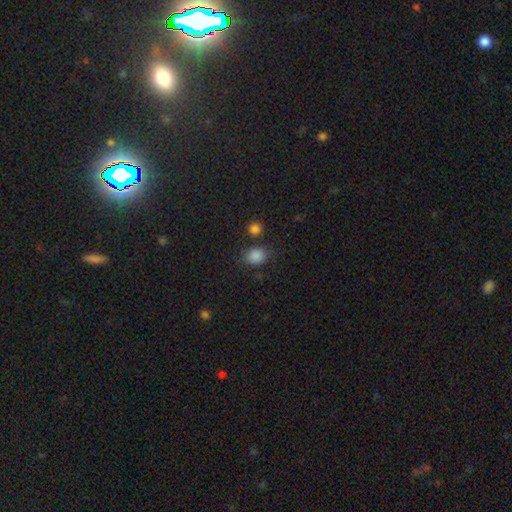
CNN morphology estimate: Smooth or featured? Predicted: smooth (p=0.85). How rounded? Predicted: in between (p=0.51). Merging? Predicted: none (p=0.75).